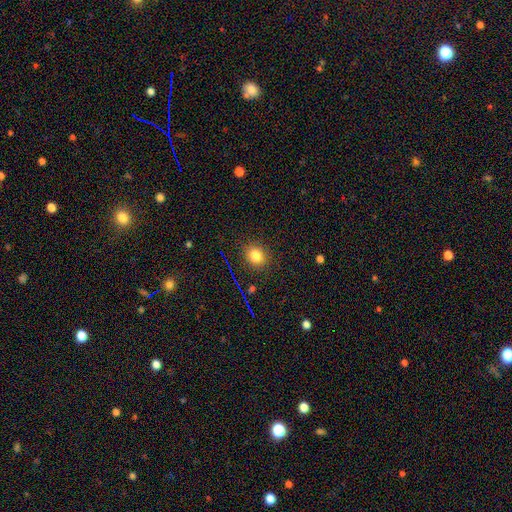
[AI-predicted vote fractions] This appears to be a smooth galaxy with no disk features (80%) that is round (76%). Merging: none (88%).